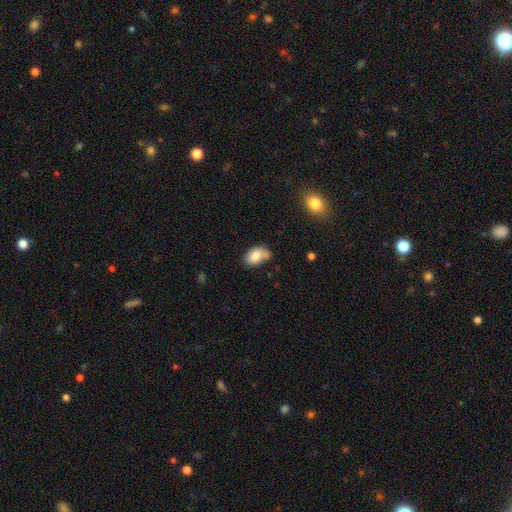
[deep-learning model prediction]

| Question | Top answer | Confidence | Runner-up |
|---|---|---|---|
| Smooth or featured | smooth | 79% | featured or disk (13%) |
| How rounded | in between | 86% | round (13%) |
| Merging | none | 51% | minor disturbance (29%) |